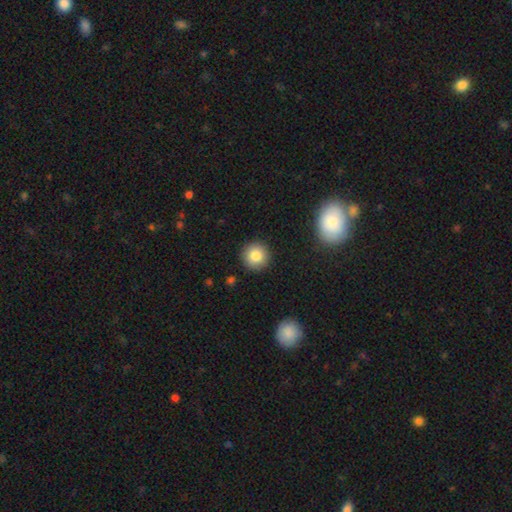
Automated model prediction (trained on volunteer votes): smooth_or_featured: smooth (p=0.83) [alt: star or artifact p=0.09]
how_rounded: round (p=0.95) [alt: in between p=0.04]
merging: none (p=0.92) [alt: minor disturbance p=0.05]